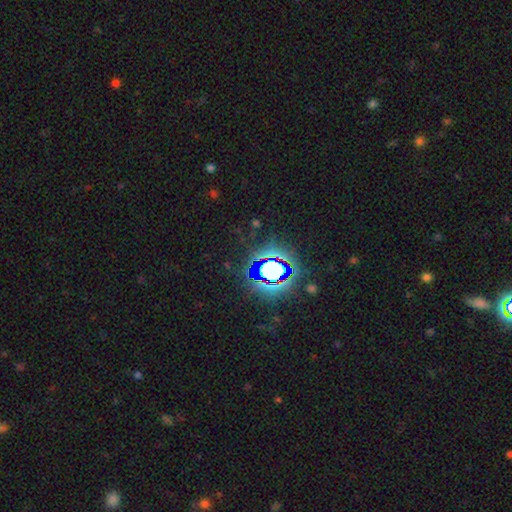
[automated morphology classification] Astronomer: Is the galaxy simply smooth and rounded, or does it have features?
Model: star or artifact — 78%.